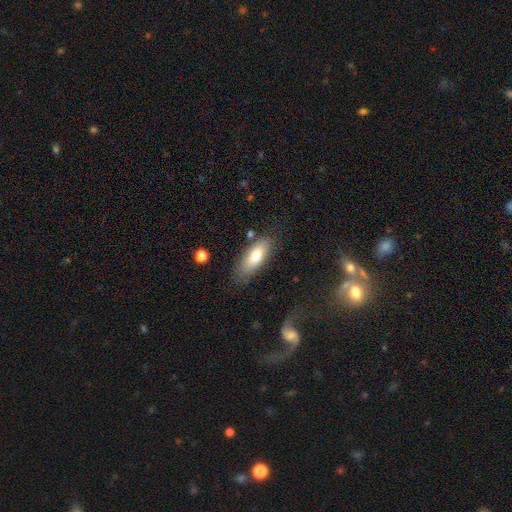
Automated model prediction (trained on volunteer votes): Smooth or featured? smooth (76%)
How rounded? in between (76%)
Merging? none (77%)